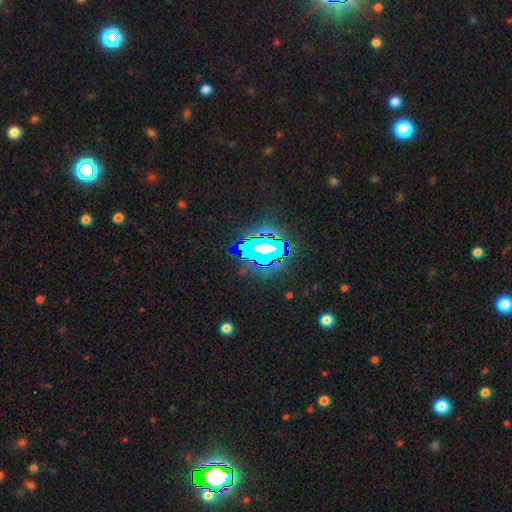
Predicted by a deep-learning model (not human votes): This is likely a star or artifact rather than a galaxy (74%).